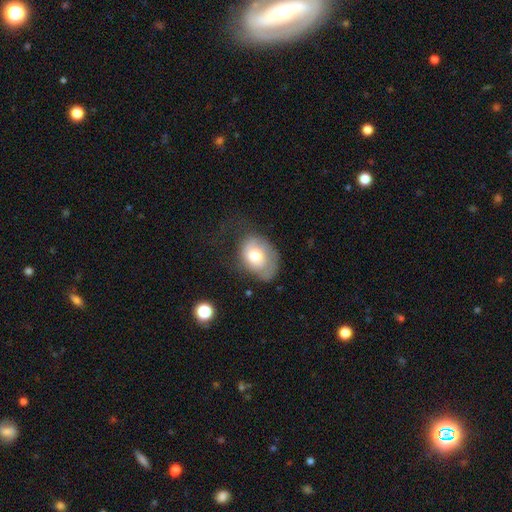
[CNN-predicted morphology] Overall: smooth (64%; featured or disk 28%). How rounded: in between (72%). Merging: none (40%; minor disturbance 31%).